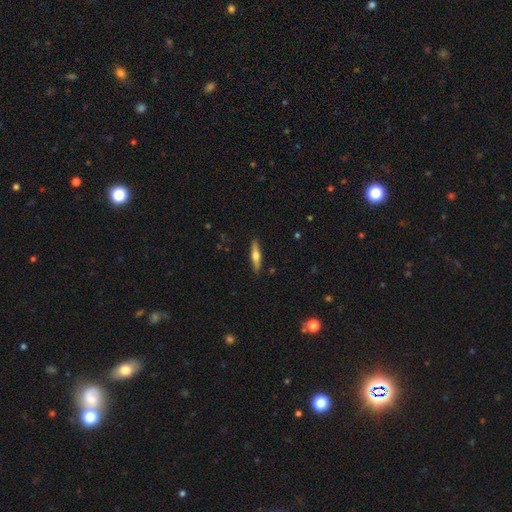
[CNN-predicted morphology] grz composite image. It shows a featured or disk galaxy (48%). Merging: none (90%).